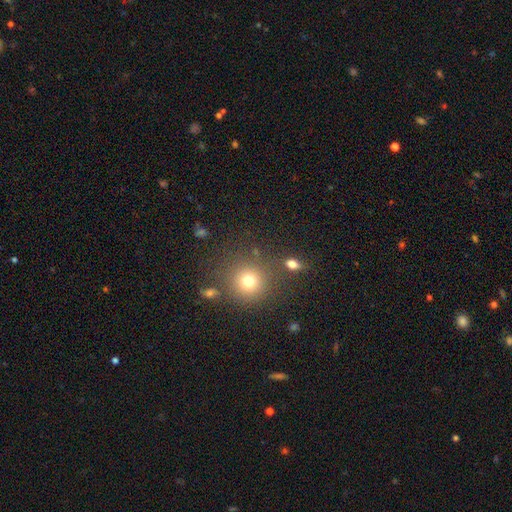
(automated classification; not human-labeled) Q: Smooth or featured?
A: smooth (61%); runner-up: star or artifact (32%)
Q: How rounded?
A: round (93%); runner-up: in between (6%)
Q: Merging?
A: none (80%); runner-up: merger (8%)